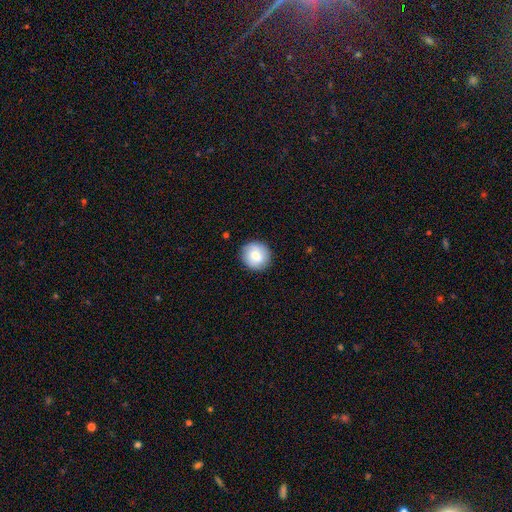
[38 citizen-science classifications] smooth 74%, featured or disk 24%, star or artifact 3%. Down the decision tree: how rounded — round (96%); merging — none (81%).